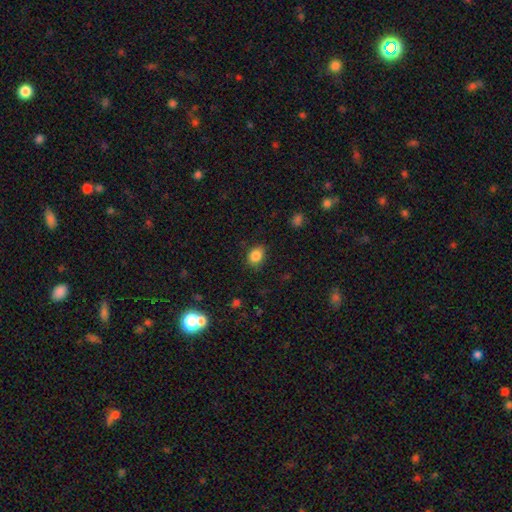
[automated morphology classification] This appears to be a smooth galaxy with no disk features (86%) that is in between round and cigar-shaped (68%). Merging: none (80%).